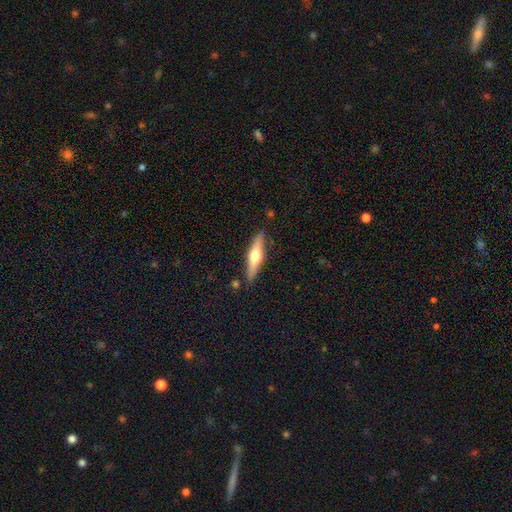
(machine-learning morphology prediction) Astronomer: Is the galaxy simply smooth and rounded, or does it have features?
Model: featured or disk — 52% (runner-up: smooth, 42%).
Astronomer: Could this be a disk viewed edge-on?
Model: yes — 94%.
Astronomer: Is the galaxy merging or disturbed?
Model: none — 84%.